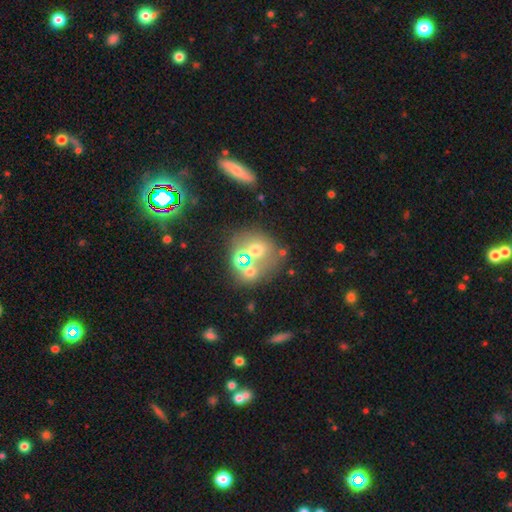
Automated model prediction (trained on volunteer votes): A smooth galaxy with no disk features (40%).

Vote fractions:
- Smooth or featured? smooth: 40% / featured or disk: 34% / star or artifact: 26%
- Merging? merger: 57% / none: 31% / minor disturbance: 7% / major disturbance: 5%